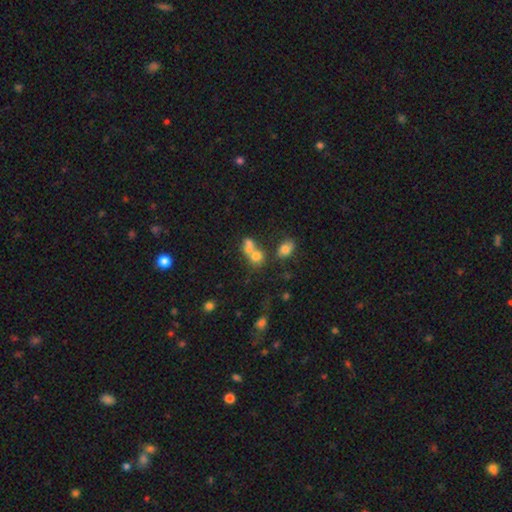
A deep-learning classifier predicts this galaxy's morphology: A smooth galaxy with no disk features (66%) that is round (68%). Merging: merger (53%).